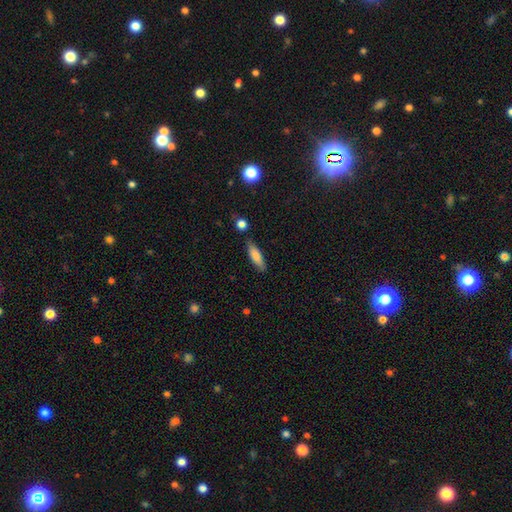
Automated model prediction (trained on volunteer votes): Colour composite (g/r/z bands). It shows a smooth galaxy with no disk features (79%) that is cigar-shaped (60%). Merging: none (80%).